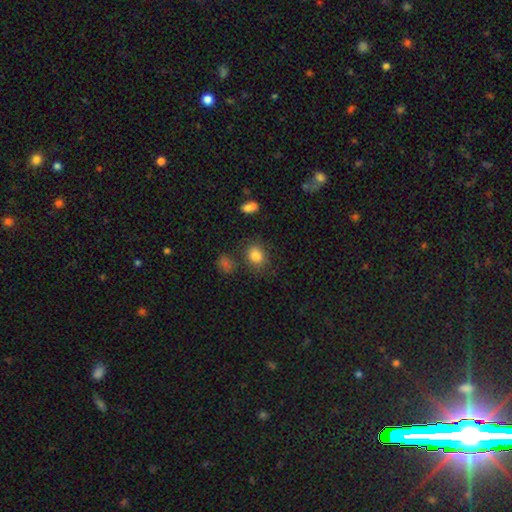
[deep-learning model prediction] Smooth or featured? Predicted: smooth (p=0.84). How rounded? Predicted: round (p=0.57). Merging? Predicted: none (p=0.76).